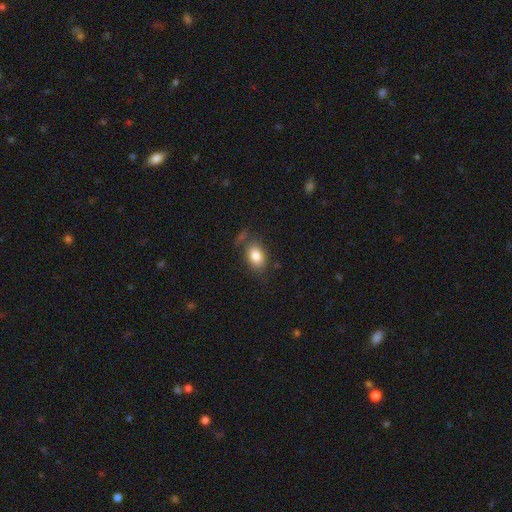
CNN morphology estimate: A smooth galaxy with no disk features (82%) that is in between round and cigar-shaped (80%). Merging: none (69%).